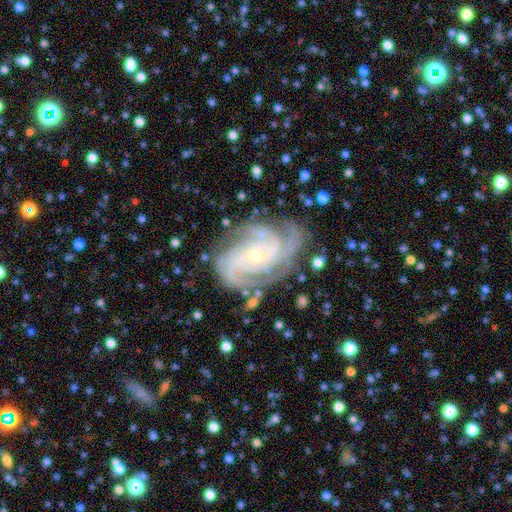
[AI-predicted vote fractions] This is clearly a featured or disk galaxy (91%). It is clearly not viewed edge-on (97%). Bar: likely no (70%). Spiral arm pattern: clearly yes (98%). Spiral arm count: marginally 3 (30%). Spiral winding: likely tight (71%). Central bulge: likely small (72%). Merging: likely none (73%).